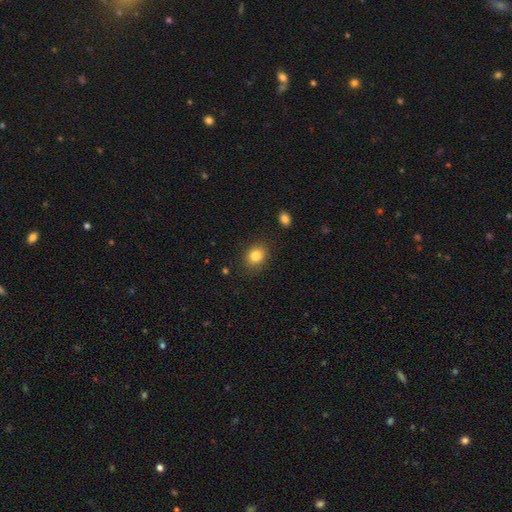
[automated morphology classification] smooth 83%, star or artifact 10%, featured or disk 7%. Down the decision tree: how rounded — round (58%); merging — none (86%).